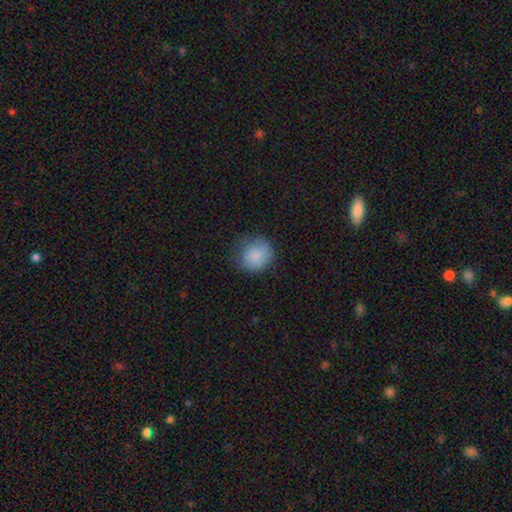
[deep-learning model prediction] The model was most divided on "merging": none: 64%, minor disturbance: 24%, major disturbance: 10%, merger: 1%. More confident: how rounded — round (87%); smooth or featured — smooth (84%).